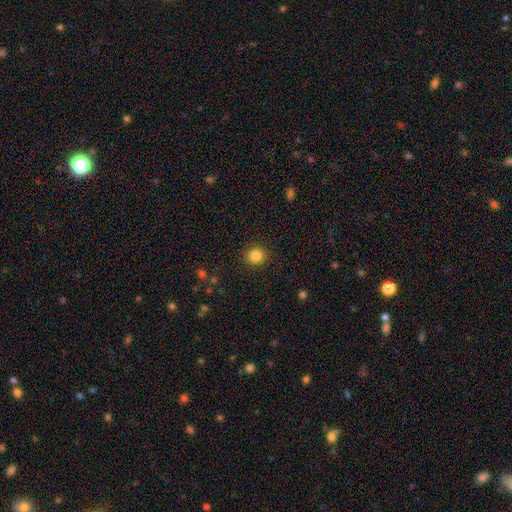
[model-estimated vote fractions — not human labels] This appears to be a smooth galaxy with no disk features (84%) that is round (88%). Merging: none (91%).